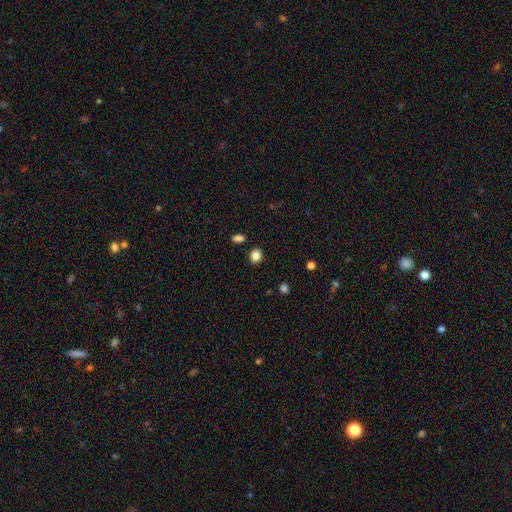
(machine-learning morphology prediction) smooth_or_featured: smooth (p=0.85) [alt: star or artifact p=0.10]
how_rounded: round (p=0.63) [alt: in between p=0.36]
merging: none (p=0.87) [alt: minor disturbance p=0.07]